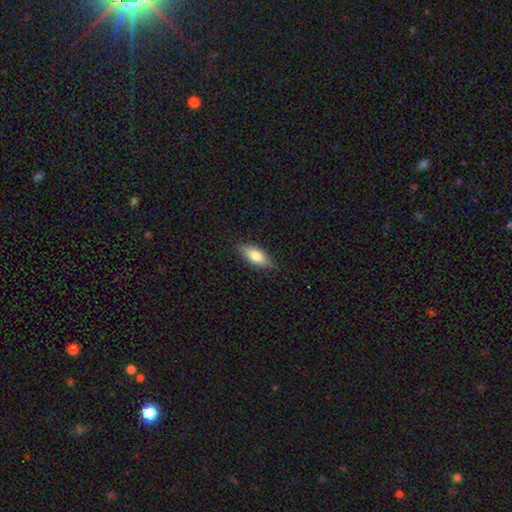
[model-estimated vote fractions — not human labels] Overall: smooth (77%). How rounded: in between (78%). Merging: none (85%).